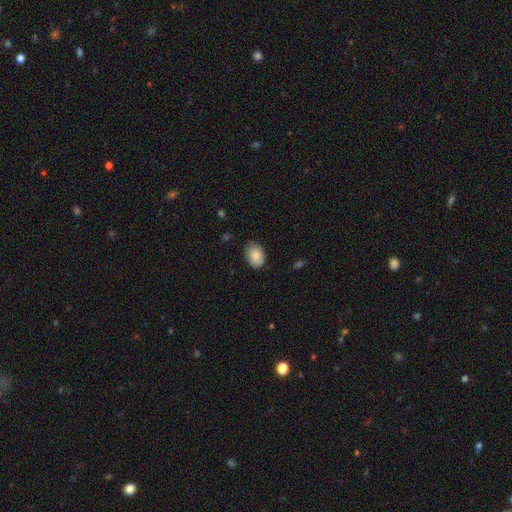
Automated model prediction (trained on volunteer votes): Q: Smooth or featured?
A: smooth (85%); runner-up: featured or disk (9%)
Q: How rounded?
A: in between (80%); runner-up: round (19%)
Q: Merging?
A: none (79%); runner-up: minor disturbance (17%)